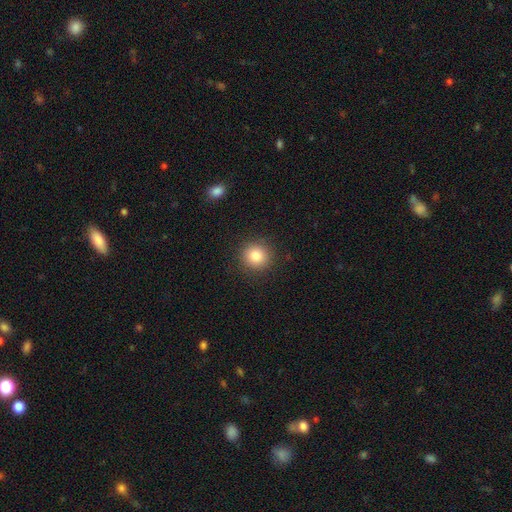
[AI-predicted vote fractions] Q: Smooth or featured?
A: smooth (84%); runner-up: star or artifact (10%)
Q: How rounded?
A: round (92%); runner-up: in between (7%)
Q: Merging?
A: none (90%); runner-up: minor disturbance (6%)